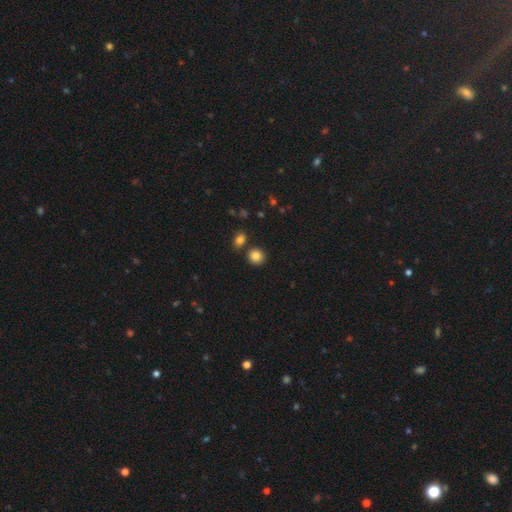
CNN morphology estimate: smooth 85%, star or artifact 10%, featured or disk 5%. Down the decision tree: how rounded — round (84%); merging — none (80%).